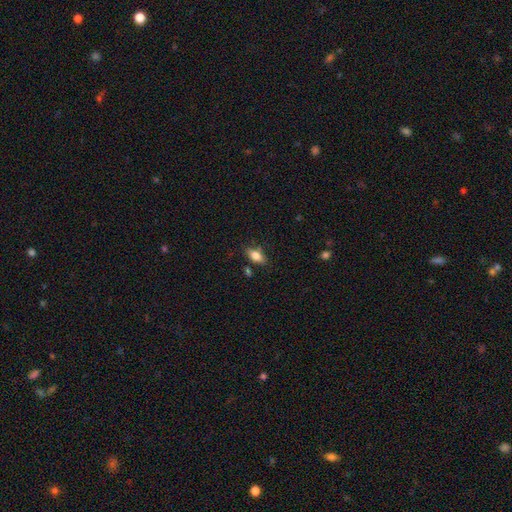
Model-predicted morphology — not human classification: smooth-or-featured: smooth: 79% | featured or disk: 13% | star or artifact: 8%
  how-rounded: in between: 86% | cigar-shaped: 9% | round: 5%
  merging: none: 77% | minor disturbance: 15% | merger: 5% | major disturbance: 3%